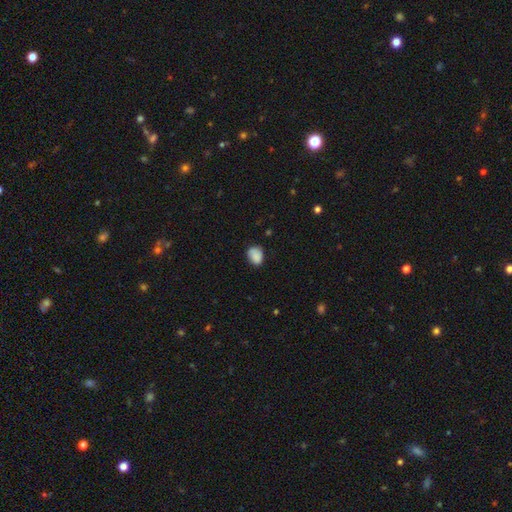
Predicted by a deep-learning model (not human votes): Smooth or featured?
  - smooth: 86% *
  - star or artifact: 8%
  - featured or disk: 5%
How rounded?
  - in between: 67% *
  - round: 32%
  - cigar-shaped: 1%
Merging?
  - none: 70% *
  - minor disturbance: 24%
  - major disturbance: 4%
  - merger: 2%